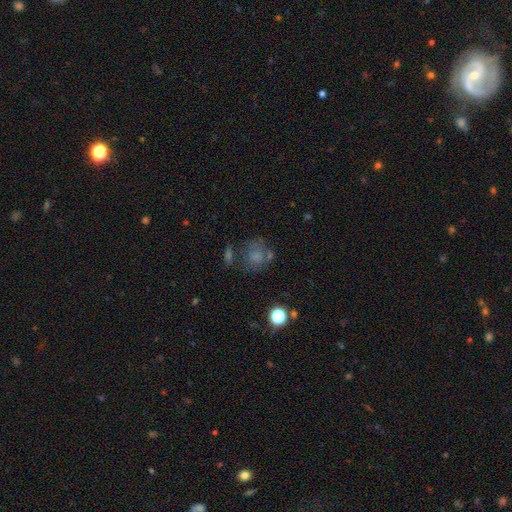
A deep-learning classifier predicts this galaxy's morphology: The model was most divided on "merging": none: 52%, minor disturbance: 19%, merger: 15%, major disturbance: 15%. More confident: how rounded — round (79%); smooth or featured — smooth (62%).